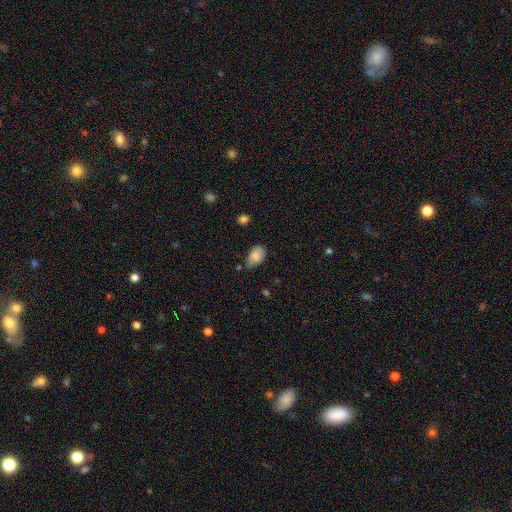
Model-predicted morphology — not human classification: Overall: smooth (83%). How rounded: in between (91%). Merging: none (69%).